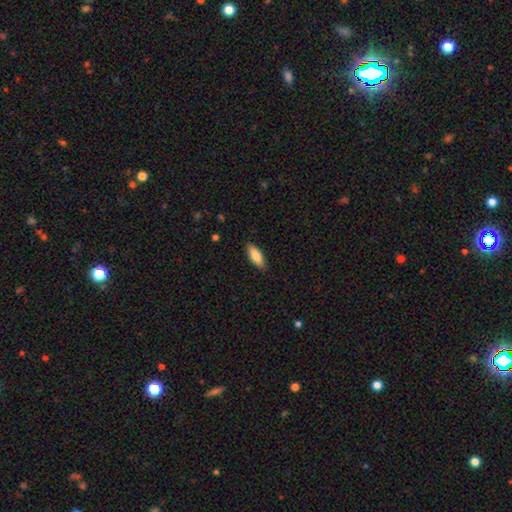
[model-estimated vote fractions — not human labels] Morphology: type=smooth (82%); roundness=in between (71%); merging=none (87%).